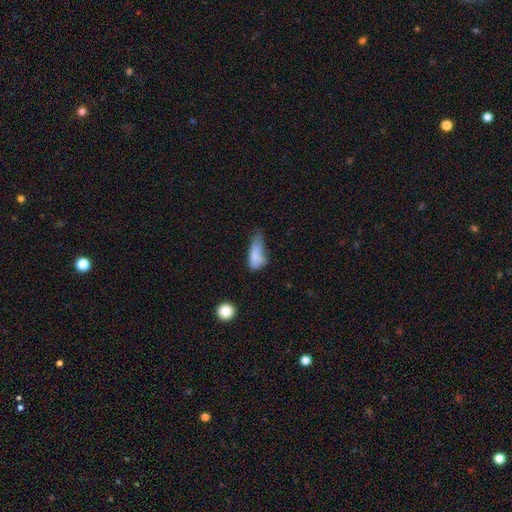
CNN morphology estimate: A smooth galaxy with no disk features (77%) that is in between round and cigar-shaped (78%).

Vote fractions:
- Smooth or featured? smooth: 77% / featured or disk: 14% / star or artifact: 9%
- How rounded? in between: 78% / cigar-shaped: 18% / round: 4%
- Merging? minor disturbance: 42% / major disturbance: 32% / none: 22% / merger: 5%